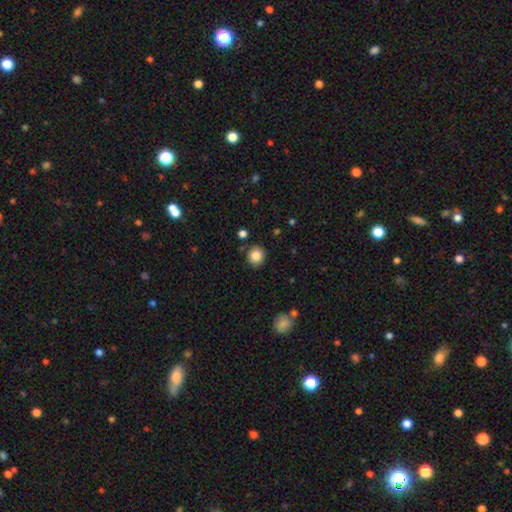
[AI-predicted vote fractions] Smooth or featured? smooth (84%)
How rounded? round (87%)
Merging? none (88%)